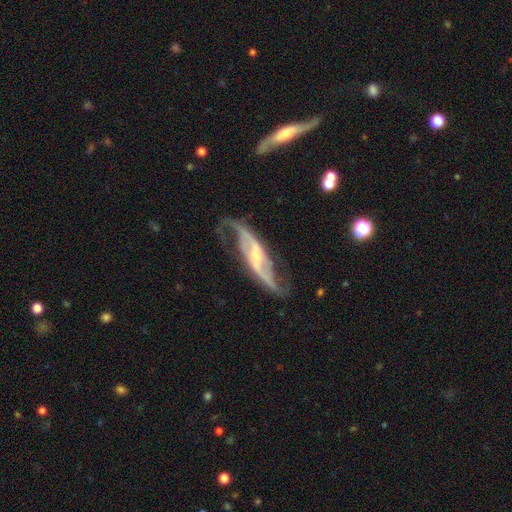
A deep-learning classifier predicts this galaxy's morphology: A featured or disk galaxy (88%) with a weak bar (39%), 2 (91%) loose (66%) spiral arms (96%) and a small central bulge (60%). Merging: none (65%).